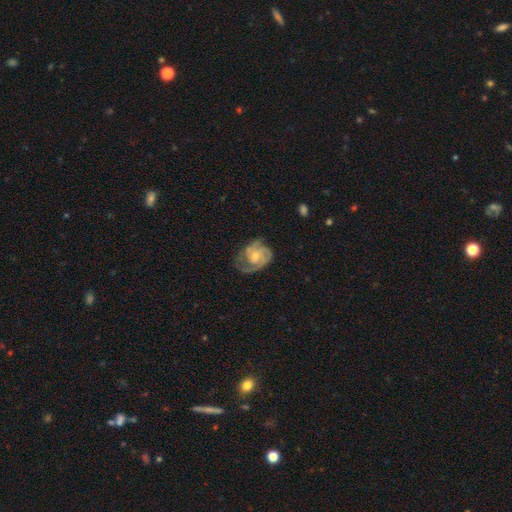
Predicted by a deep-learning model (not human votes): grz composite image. It shows a featured or disk galaxy (81%) with no bar (67%), 3 (35%) tight (52%) spiral arms (95%) and a small central bulge (49%). Merging: none (58%).